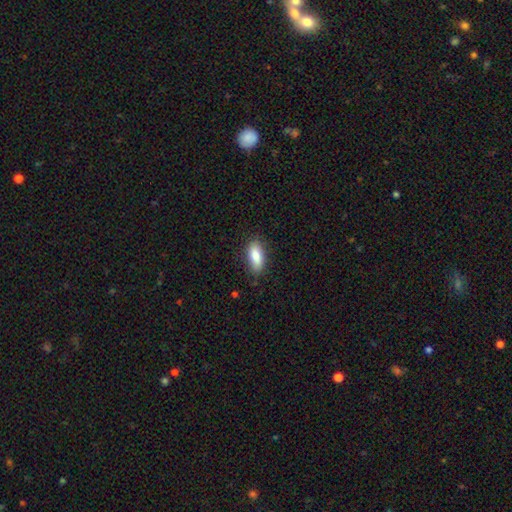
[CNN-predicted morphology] A smooth galaxy with no disk features (82%) that is in between round and cigar-shaped (83%).

Vote fractions:
- Smooth or featured? smooth: 82% / featured or disk: 11% / star or artifact: 7%
- How rounded? in between: 83% / cigar-shaped: 14% / round: 3%
- Merging? none: 83% / minor disturbance: 13% / major disturbance: 3% / merger: 1%